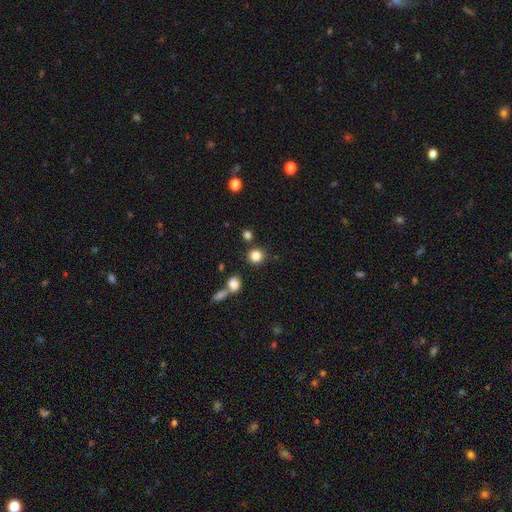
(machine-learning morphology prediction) This is clearly a smooth galaxy (83%). How rounded: clearly round (86%). Merging: likely none (78%).